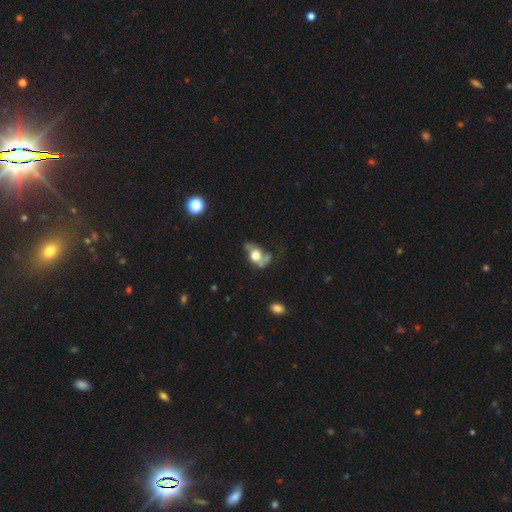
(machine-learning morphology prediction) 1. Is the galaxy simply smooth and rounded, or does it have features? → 45% smooth (tied), 45% featured or disk (tied), 10% star or artifact.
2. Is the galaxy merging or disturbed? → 35% major disturbance, 31% none, 25% minor disturbance, 8% merger.